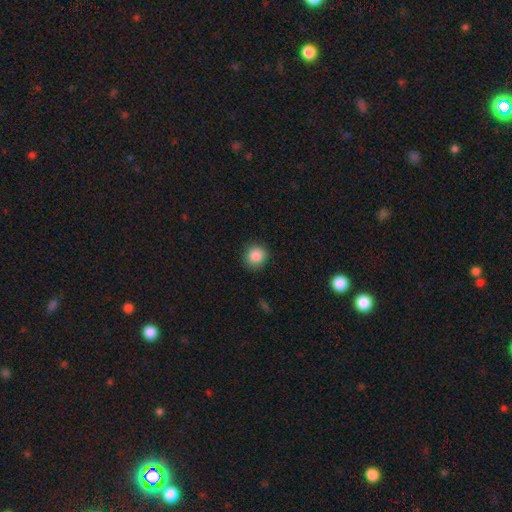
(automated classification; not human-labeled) Overall: smooth (88%). How rounded: round (88%). Merging: none (86%).